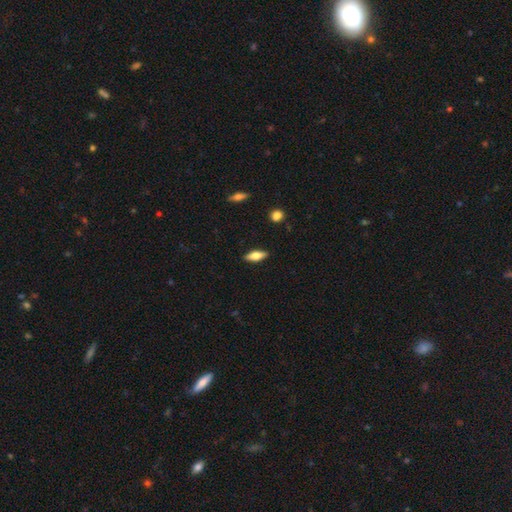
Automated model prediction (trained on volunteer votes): Smooth or featured? smooth (60%)
How rounded? in between (68%)
Merging? none (88%)